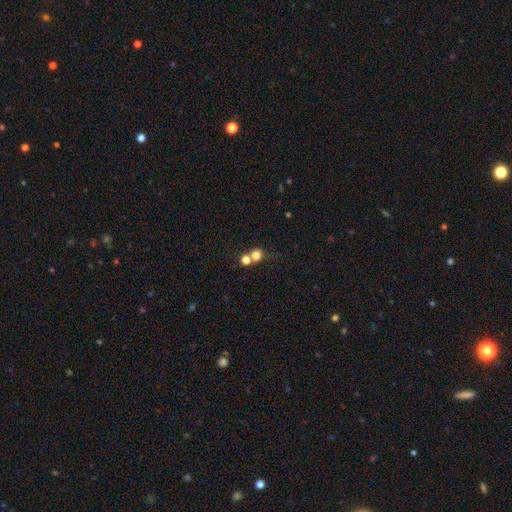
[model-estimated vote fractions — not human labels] smooth_or_featured: smooth (p=0.73) [alt: star or artifact p=0.17]
how_rounded: round (p=0.84) [alt: in between p=0.15]
merging: none (p=0.48) [alt: merger p=0.38]